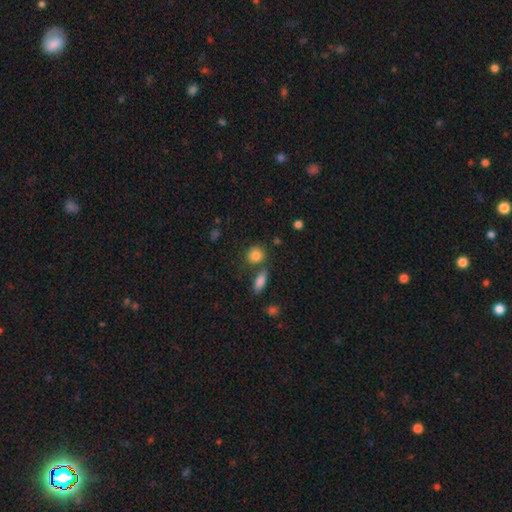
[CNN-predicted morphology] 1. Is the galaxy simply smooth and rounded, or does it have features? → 84% smooth, 9% star or artifact, 7% featured or disk.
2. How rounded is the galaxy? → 74% round, 24% in between, 2% cigar-shaped.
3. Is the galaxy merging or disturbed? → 67% none, 18% merger, 12% minor disturbance, 4% major disturbance.